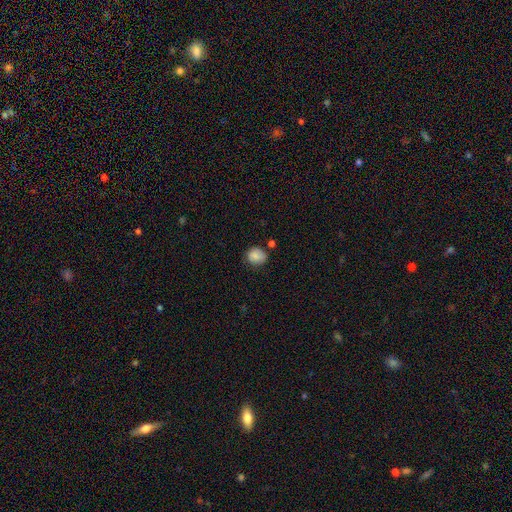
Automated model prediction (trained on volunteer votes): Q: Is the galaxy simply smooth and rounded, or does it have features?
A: smooth — 82%.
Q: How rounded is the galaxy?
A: round — 69%.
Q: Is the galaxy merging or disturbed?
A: none — 69%.